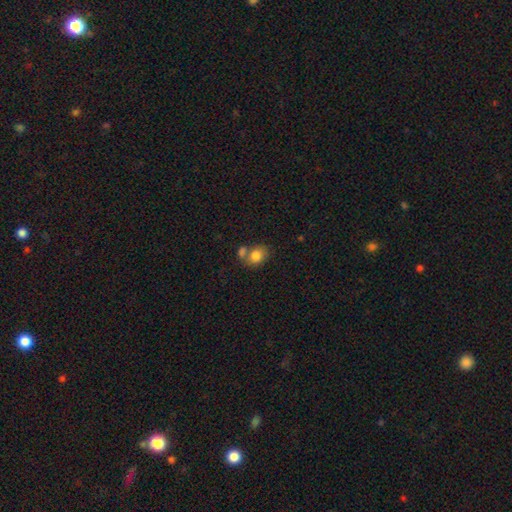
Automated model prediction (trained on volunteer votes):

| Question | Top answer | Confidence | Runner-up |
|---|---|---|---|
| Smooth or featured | smooth | 82% | featured or disk (9%) |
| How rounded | round | 50% | in between (49%) |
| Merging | none | 45% | merger (37%) |